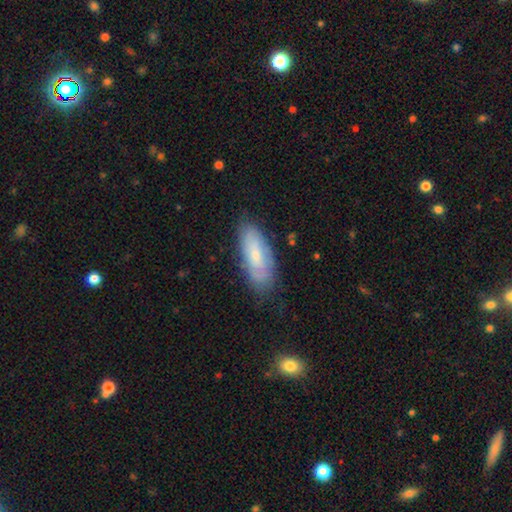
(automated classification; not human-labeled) The model was most divided on "smooth or featured": smooth: 54%, featured or disk: 39%, star or artifact: 7%. More confident: how rounded — in between (81%); merging — none (74%).